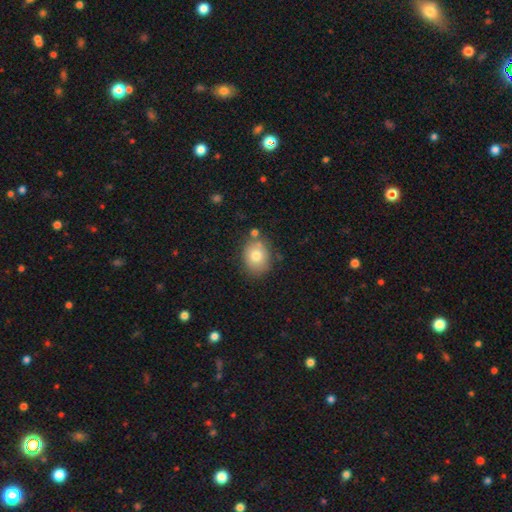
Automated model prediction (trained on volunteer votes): Smooth or featured?
  - smooth: 77% *
  - featured or disk: 14%
  - star or artifact: 9%
How rounded?
  - in between: 55% *
  - round: 44%
  - cigar-shaped: 1%
Merging?
  - none: 73% *
  - minor disturbance: 16%
  - merger: 8%
  - major disturbance: 4%